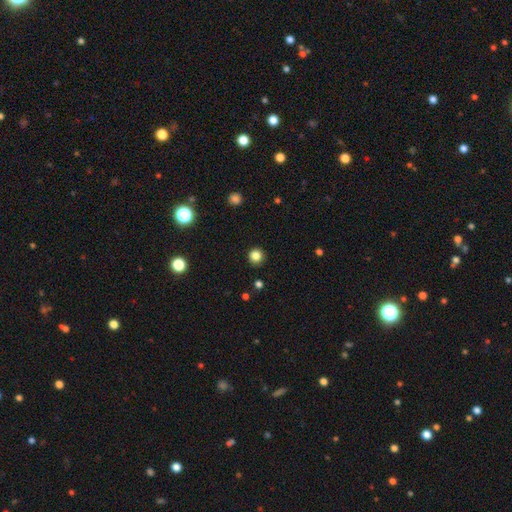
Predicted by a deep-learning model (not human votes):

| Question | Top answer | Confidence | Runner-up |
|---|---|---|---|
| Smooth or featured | smooth | 83% | star or artifact (12%) |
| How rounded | round | 95% | in between (4%) |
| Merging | none | 91% | minor disturbance (5%) |